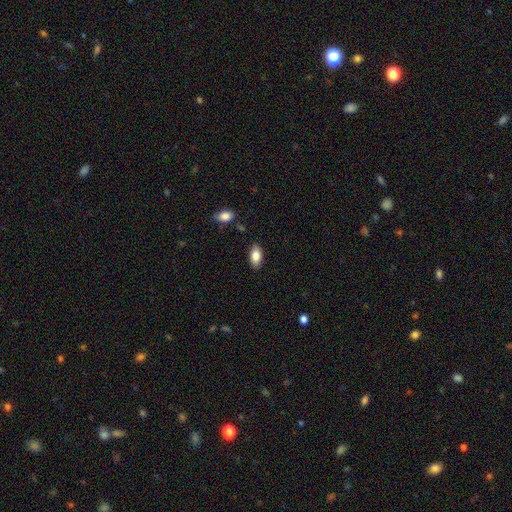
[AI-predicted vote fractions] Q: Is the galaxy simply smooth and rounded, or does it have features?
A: smooth — 84%.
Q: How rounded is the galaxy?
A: in between — 91%.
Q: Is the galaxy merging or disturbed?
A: none — 85%.